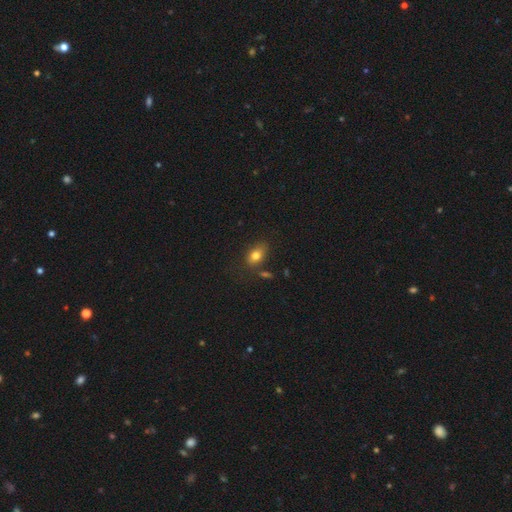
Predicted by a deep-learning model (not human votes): This is likely a smooth galaxy (80%). How rounded: clearly in between (81%). Merging: likely none (67%).